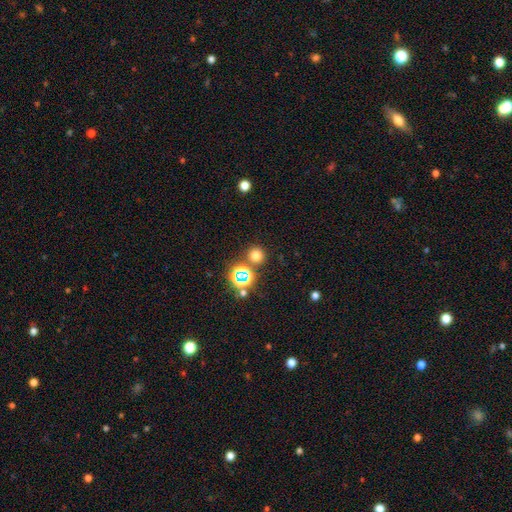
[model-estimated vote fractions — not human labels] Overall: smooth (69%). How rounded: round (93%). Merging: none (81%).